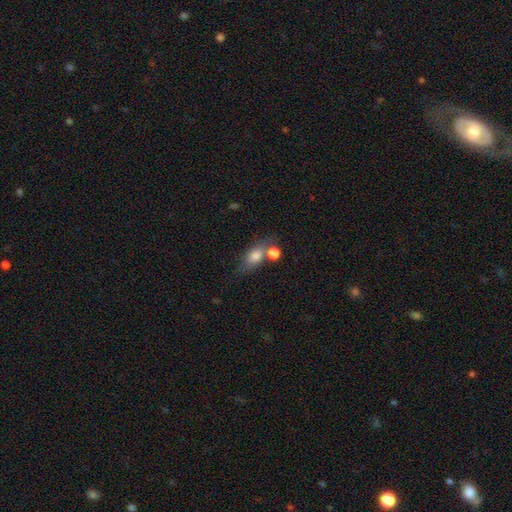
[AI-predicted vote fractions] Smooth or featured? Predicted: smooth (p=0.76). How rounded? Predicted: in between (p=0.70). Merging? Predicted: none (p=0.49).